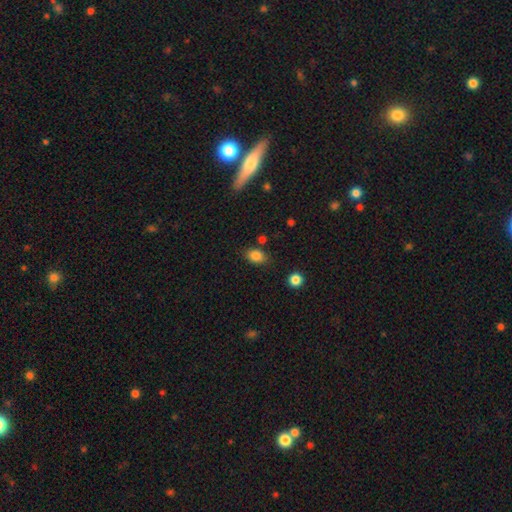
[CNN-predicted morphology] Smooth or featured? Predicted: smooth (p=0.84). How rounded? Predicted: in between (p=0.75). Merging? Predicted: none (p=0.78).